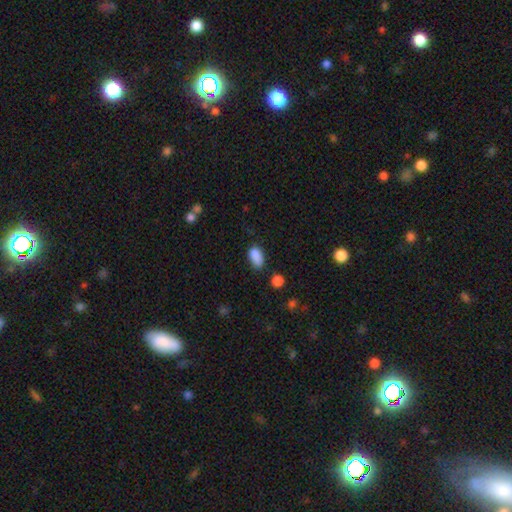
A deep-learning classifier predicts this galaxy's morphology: Overall: smooth (86%). How rounded: in between (90%). Merging: none (60%; minor disturbance 28%).